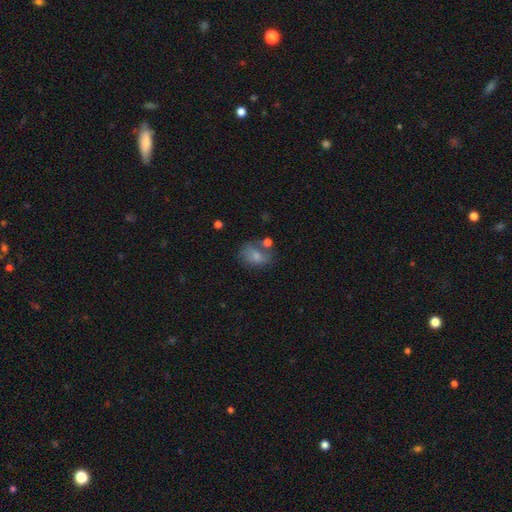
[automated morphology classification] type=smooth (69%); roundness=in between (67%); merging=none (47%).